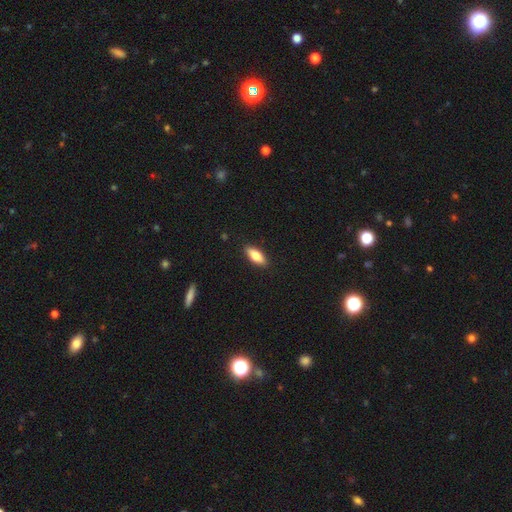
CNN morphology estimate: A smooth galaxy with no disk features (76%) that is in between round and cigar-shaped (73%).

Vote fractions:
- Smooth or featured? smooth: 76% / featured or disk: 18% / star or artifact: 6%
- How rounded? in between: 73% / cigar-shaped: 25% / round: 2%
- Merging? none: 89% / minor disturbance: 8% / major disturbance: 2% / merger: 1%